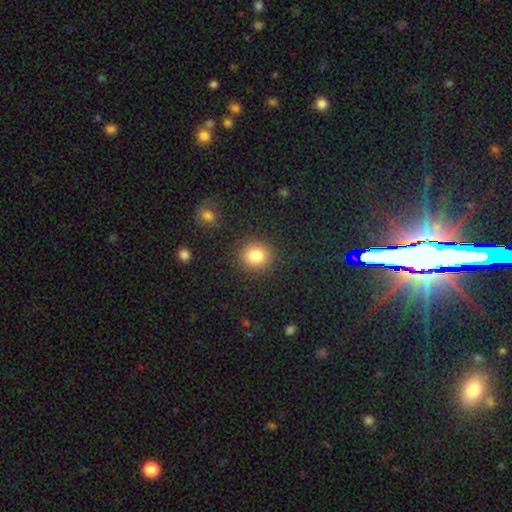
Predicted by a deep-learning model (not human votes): Smooth or featured?
  - smooth: 83% *
  - star or artifact: 11%
  - featured or disk: 6%
How rounded?
  - round: 84% *
  - in between: 15%
  - cigar-shaped: 1%
Merging?
  - none: 88% *
  - minor disturbance: 7%
  - major disturbance: 3%
  - merger: 2%